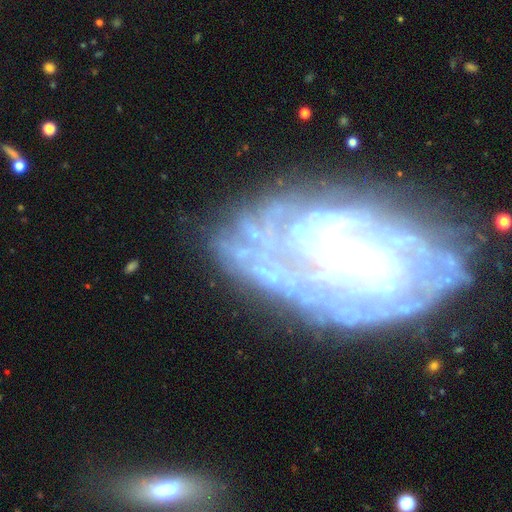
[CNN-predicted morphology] smooth-or-featured: featured or disk: 74% | star or artifact: 14% | smooth: 12%
  disk-edge-on: no: 95% | yes: 5%
    bar: no: 64% | weak: 24% | strong: 12%
    has-spiral-arms: yes: 73% | no: 27%
      spiral-winding: tight: 60% | medium: 26% | loose: 14%
      spiral-arm-count: can't tell: 49% | 2: 13% | more than 4: 11% | 3: 10% | 4: 9% | 1: 8%
    bulge-size: small: 42% | none: 27% | moderate: 23% | large: 5% | dominant: 2%
  merging: none: 61% | minor disturbance: 19% | major disturbance: 15% | merger: 5%